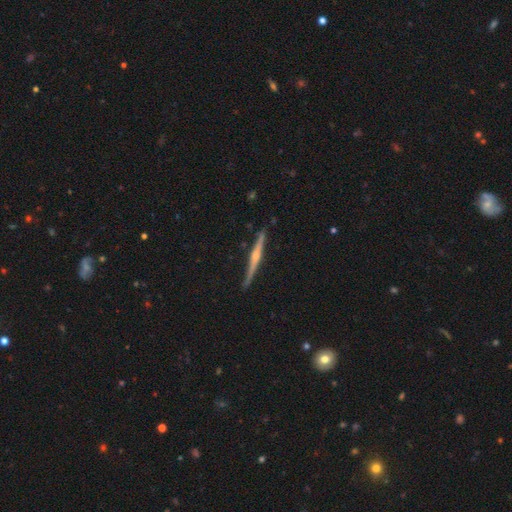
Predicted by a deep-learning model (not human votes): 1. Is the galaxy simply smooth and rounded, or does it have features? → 80% featured or disk, 15% smooth, 5% star or artifact.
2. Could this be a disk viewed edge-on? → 98% yes, 2% no.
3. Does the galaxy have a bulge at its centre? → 79% rounded, 11% none, 10% boxy.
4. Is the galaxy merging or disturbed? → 88% none, 9% minor disturbance, 1% major disturbance, 1% merger.